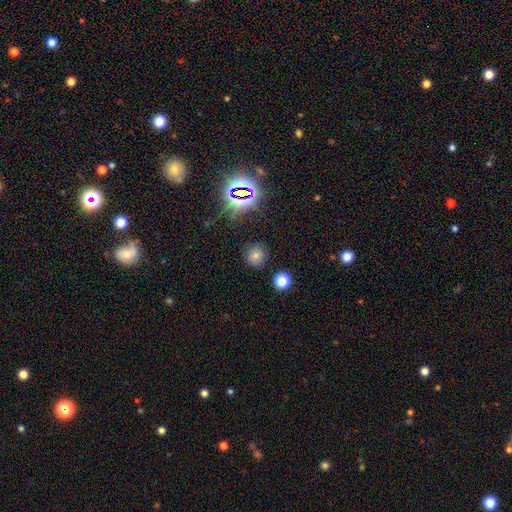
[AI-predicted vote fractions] Smooth or featured? Predicted: smooth (p=0.56). How rounded? Predicted: round (p=0.86). Merging? Predicted: none (p=0.86).